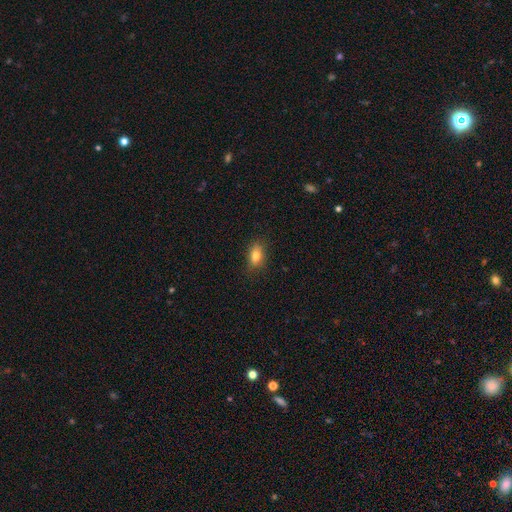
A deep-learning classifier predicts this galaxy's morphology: smooth-or-featured: smooth: 81% | featured or disk: 10% | star or artifact: 9%
  how-rounded: in between: 84% | round: 11% | cigar-shaped: 5%
  merging: none: 82% | minor disturbance: 14% | major disturbance: 3% | merger: 1%